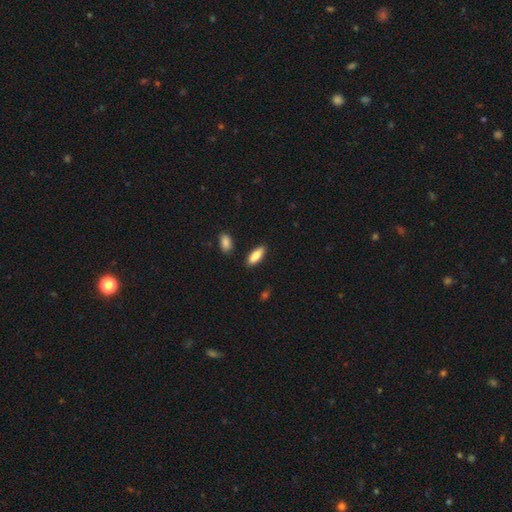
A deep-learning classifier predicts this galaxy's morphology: Smooth or featured? smooth (81%)
How rounded? in between (73%)
Merging? none (86%)